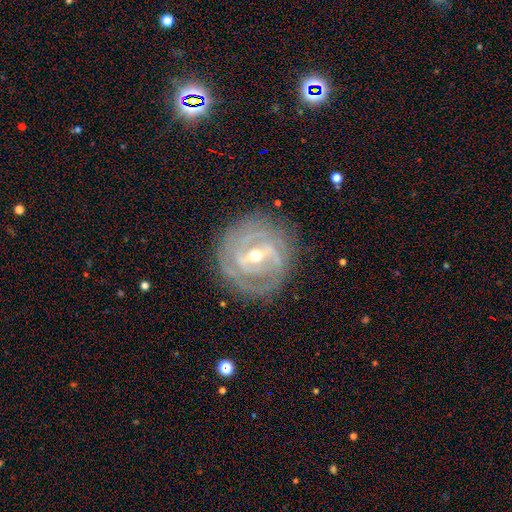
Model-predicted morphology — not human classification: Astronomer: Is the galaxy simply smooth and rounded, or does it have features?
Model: featured or disk — 86%.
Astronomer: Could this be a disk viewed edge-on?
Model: no — 94%.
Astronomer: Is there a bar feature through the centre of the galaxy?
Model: strong — 52% (runner-up: weak, 36%).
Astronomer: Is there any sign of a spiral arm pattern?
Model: yes — 86%.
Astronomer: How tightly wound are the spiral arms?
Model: tight — 67%.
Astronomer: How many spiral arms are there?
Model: can't tell — 34% (runner-up: 2, 33%).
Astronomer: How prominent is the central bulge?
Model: moderate — 56% (runner-up: small, 41%).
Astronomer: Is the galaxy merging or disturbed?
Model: none — 79%.